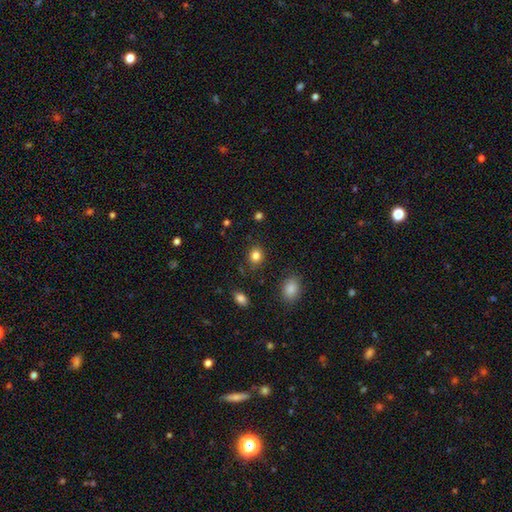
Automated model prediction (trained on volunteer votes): Smooth or featured? Predicted: smooth (p=0.84). How rounded? Predicted: round (p=0.69). Merging? Predicted: none (p=0.85).